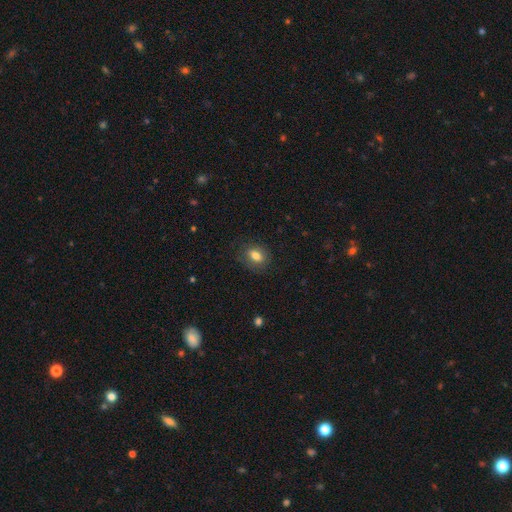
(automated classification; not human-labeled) This appears to be a smooth galaxy with no disk features (81%) that is in between round and cigar-shaped (70%). Merging: none (82%).